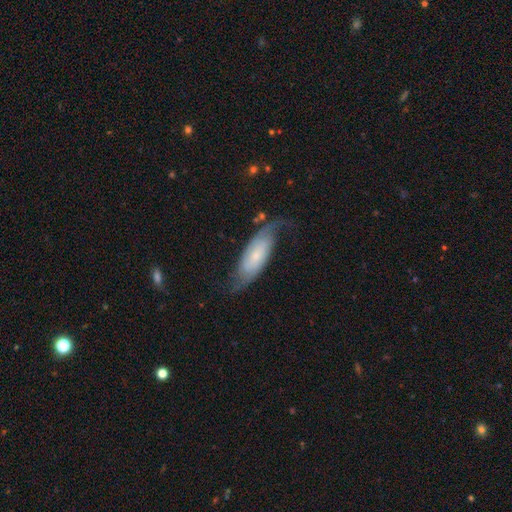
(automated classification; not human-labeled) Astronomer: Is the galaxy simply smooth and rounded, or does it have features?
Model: featured or disk — 66%.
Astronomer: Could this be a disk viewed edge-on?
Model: no — 88%.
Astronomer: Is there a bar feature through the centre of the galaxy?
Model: no — 64%.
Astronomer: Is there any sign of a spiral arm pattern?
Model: yes — 92%.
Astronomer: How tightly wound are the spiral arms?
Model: loose — 47% (runner-up: medium, 33%).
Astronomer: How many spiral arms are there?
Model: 2 — 83%.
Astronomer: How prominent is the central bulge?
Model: small — 64%.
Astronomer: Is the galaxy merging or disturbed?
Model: none — 60%.